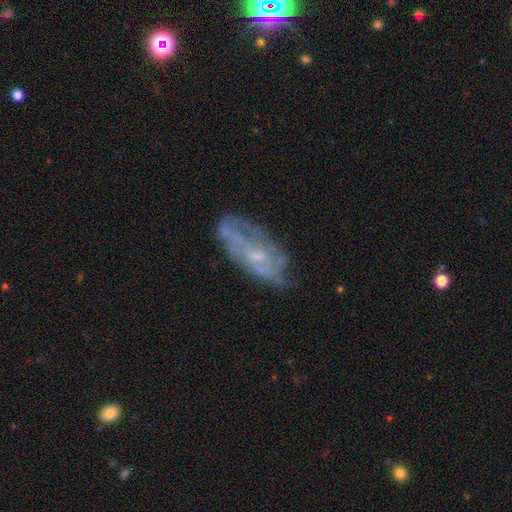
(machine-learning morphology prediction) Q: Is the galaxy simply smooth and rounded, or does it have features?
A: featured or disk — 67%.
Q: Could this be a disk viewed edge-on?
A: no — 90%.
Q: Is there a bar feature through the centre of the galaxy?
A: no — 72%.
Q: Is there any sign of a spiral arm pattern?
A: yes — 54%.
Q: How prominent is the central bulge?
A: small — 58%.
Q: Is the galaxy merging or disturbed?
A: none — 60%.